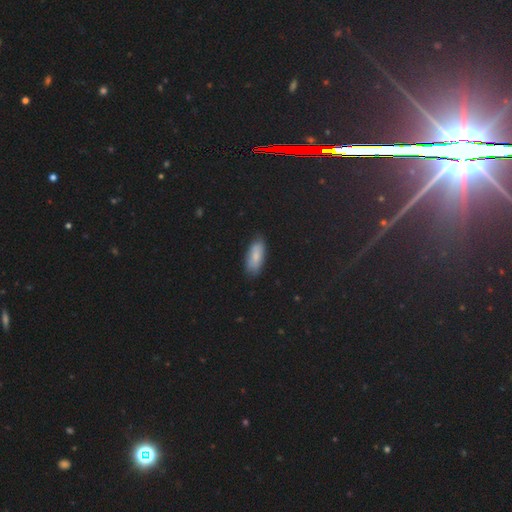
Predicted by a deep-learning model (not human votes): A smooth galaxy with no disk features (75%) that is in between round and cigar-shaped (84%).

Vote fractions:
- Smooth or featured? smooth: 75% / featured or disk: 14% / star or artifact: 11%
- How rounded? in between: 84% / cigar-shaped: 14% / round: 2%
- Merging? none: 80% / minor disturbance: 16% / major disturbance: 3% / merger: 1%